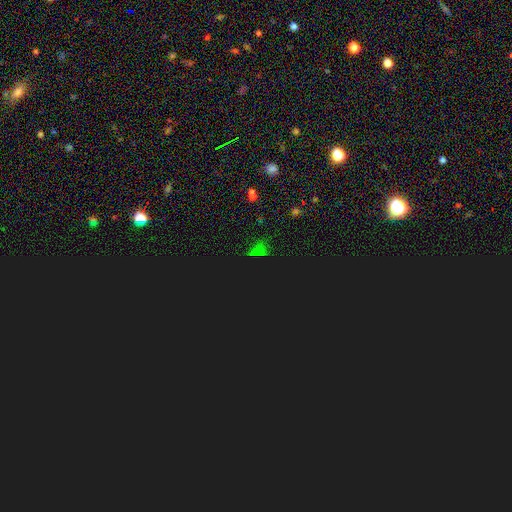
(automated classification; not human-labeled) Smooth or featured?
  - star or artifact: 75% *
  - smooth: 18%
  - featured or disk: 7%